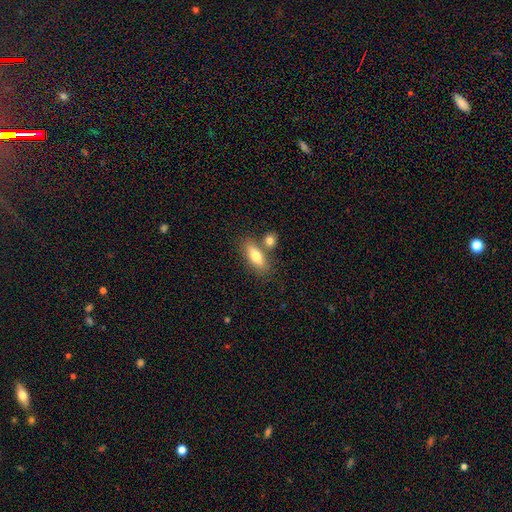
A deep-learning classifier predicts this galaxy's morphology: Overall: smooth (74%). How rounded: in between (68%; cigar-shaped 28%). Merging: none (65%).